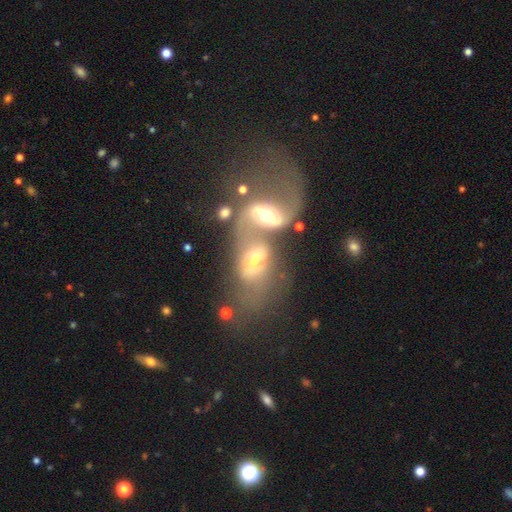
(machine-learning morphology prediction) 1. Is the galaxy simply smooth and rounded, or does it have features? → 70% featured or disk, 21% smooth, 9% star or artifact.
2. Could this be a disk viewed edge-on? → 95% no, 5% yes.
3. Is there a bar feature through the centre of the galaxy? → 39% weak, 35% no, 25% strong.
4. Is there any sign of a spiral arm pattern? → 82% yes, 18% no.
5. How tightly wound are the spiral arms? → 70% loose, 24% medium, 6% tight.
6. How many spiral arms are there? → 75% 2, 13% 1, 8% can't tell, 1% 3, 1% 4, 1% more than 4.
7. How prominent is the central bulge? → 58% moderate, 29% small, 8% large, 3% none, 2% dominant.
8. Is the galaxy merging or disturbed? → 77% merger, 10% none, 8% major disturbance, 4% minor disturbance.